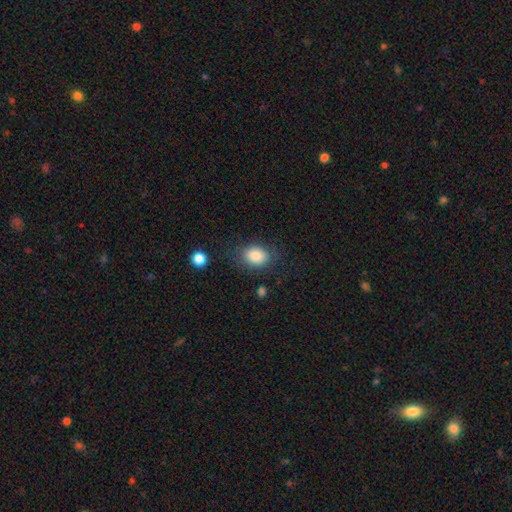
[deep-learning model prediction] Smooth or featured: smooth — 85% (star or artifact — 8%)
How rounded: in between — 63% (round — 36%)
Merging: none — 74% (minor disturbance — 16%)